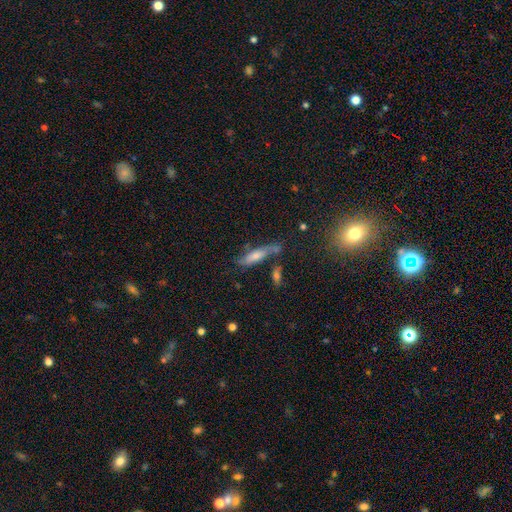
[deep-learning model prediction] A smooth galaxy with no disk features (47%).

Vote fractions:
- Smooth or featured? smooth: 47% / featured or disk: 40% / star or artifact: 13%
- Merging? none: 65% / minor disturbance: 19% / merger: 9% / major disturbance: 7%